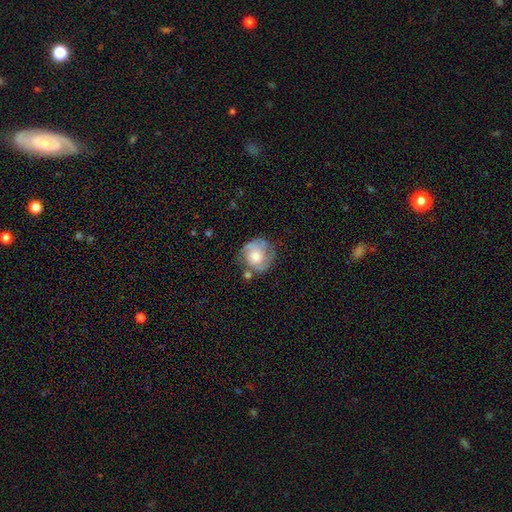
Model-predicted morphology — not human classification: type=featured or disk (58%); edge-on=no (98%); bar=no (78%); spiral arms=yes (78%); bulge=moderate (45%); merging=none (59%).